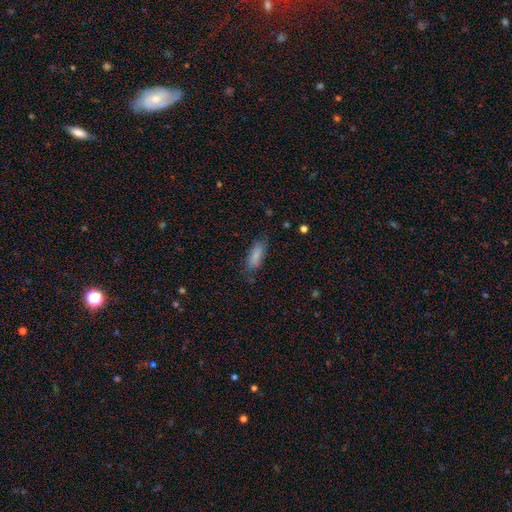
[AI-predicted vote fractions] Smooth or featured? smooth (82%)
How rounded? in between (69%)
Merging? none (73%)